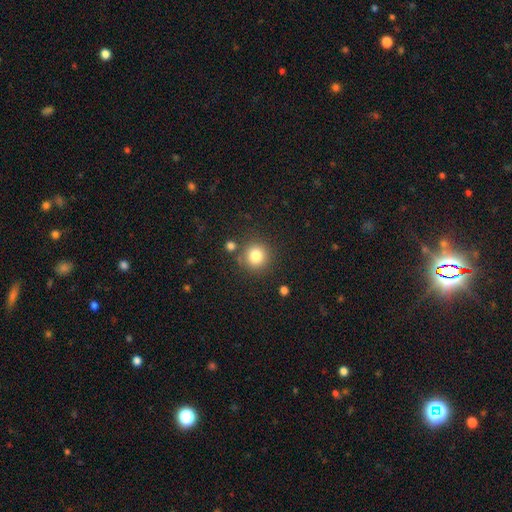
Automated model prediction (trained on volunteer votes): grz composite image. It shows a smooth galaxy with no disk features (81%) that is round (92%). Merging: none (82%).